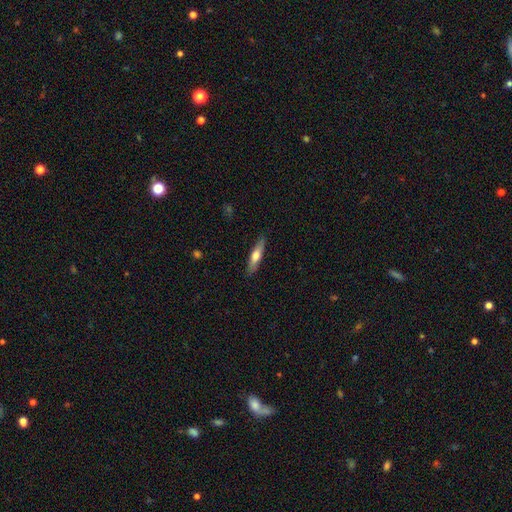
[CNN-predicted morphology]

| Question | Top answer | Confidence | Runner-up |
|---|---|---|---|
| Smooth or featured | smooth | 58% | featured or disk (37%) |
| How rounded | cigar-shaped | 80% | in between (18%) |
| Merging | none | 88% | minor disturbance (9%) |